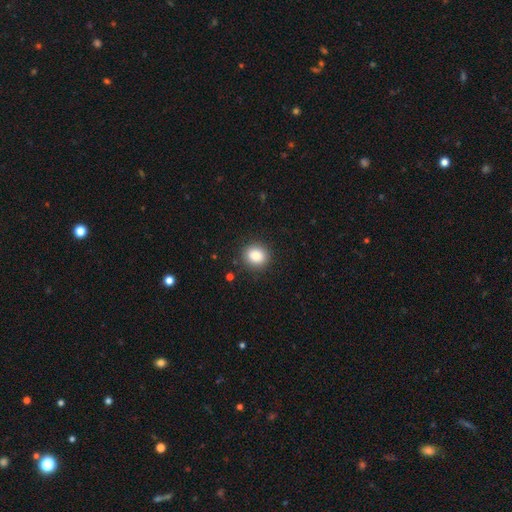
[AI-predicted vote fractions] A smooth galaxy with no disk features (87%) that is round (78%).

Vote fractions:
- Smooth or featured? smooth: 87% / star or artifact: 9% / featured or disk: 5%
- How rounded? round: 78% / in between: 21% / cigar-shaped: 1%
- Merging? none: 89% / minor disturbance: 7% / major disturbance: 2% / merger: 1%